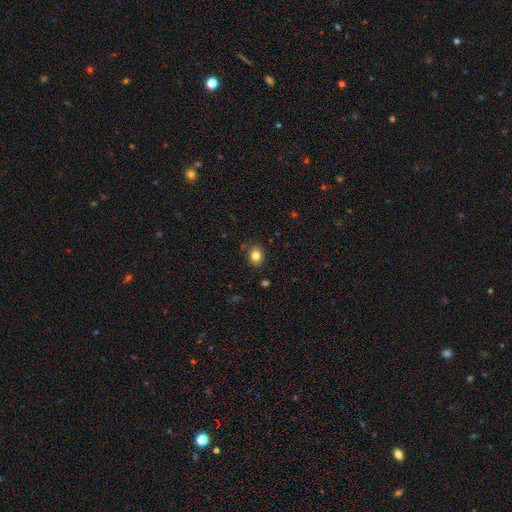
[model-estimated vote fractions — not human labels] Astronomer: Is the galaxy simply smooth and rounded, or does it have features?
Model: smooth — 83%.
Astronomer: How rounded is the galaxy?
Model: round — 51% (runner-up: in between, 48%).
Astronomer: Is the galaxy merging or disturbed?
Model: none — 83%.